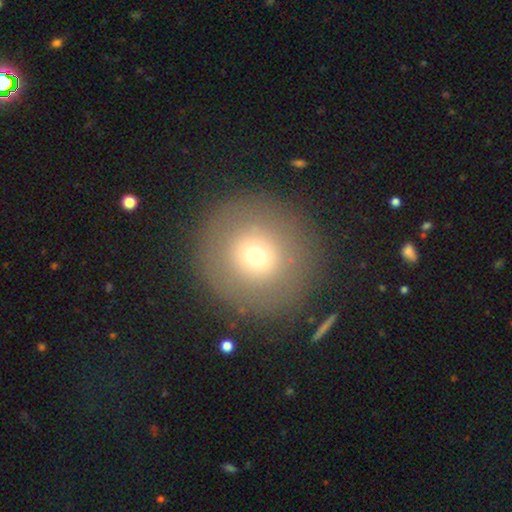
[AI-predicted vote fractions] smooth_or_featured: smooth (p=0.66) [alt: featured or disk p=0.20]
how_rounded: round (p=0.95) [alt: in between p=0.04]
merging: none (p=0.86) [alt: minor disturbance p=0.08]